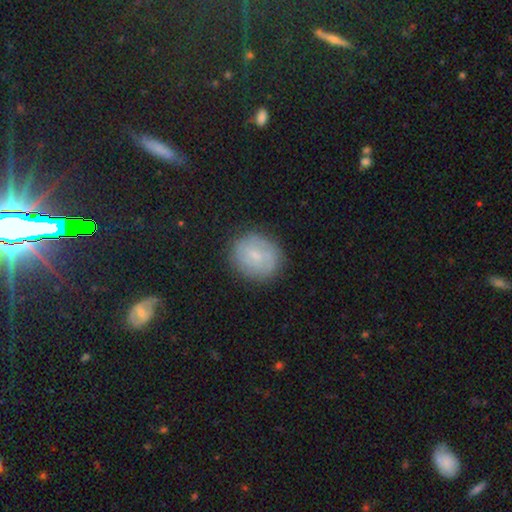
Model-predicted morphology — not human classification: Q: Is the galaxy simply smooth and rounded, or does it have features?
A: smooth — 50%.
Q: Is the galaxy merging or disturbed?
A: none — 82%.